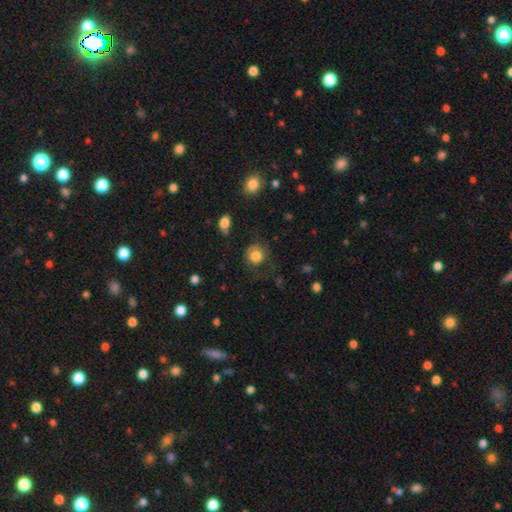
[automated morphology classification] A smooth galaxy with no disk features (80%) that is round (84%). Merging: none (62%).